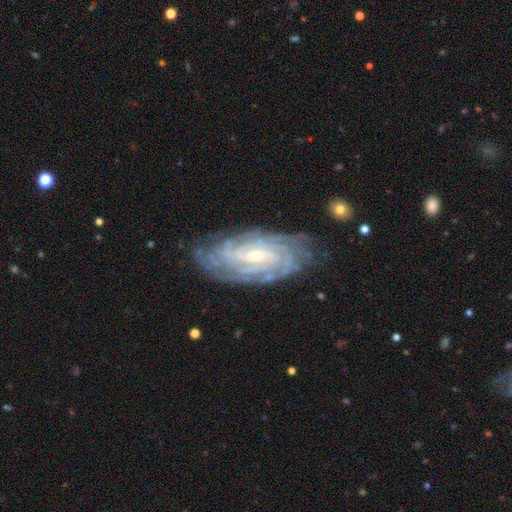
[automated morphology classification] A featured or disk galaxy (90%) with a weak bar (45%), tight (81%) spiral arms (98%) and a small central bulge (55%).

Vote fractions:
- Smooth or featured? featured or disk: 90% / star or artifact: 5% / smooth: 5%
- Edge-on disk? no: 95% / yes: 5%
- Bar? weak: 45% / no: 36% / strong: 19%
- Spiral arms? yes: 98% / no: 2%
- Spiral winding? tight: 81% / medium: 16% / loose: 2%
- Spiral arm count? can't tell: 27% / 4: 26% / more than 4: 17% / 3: 14% / 2: 11% / 1: 7%
- Bulge size? small: 55% / moderate: 40% / large: 2% / none: 2% / dominant: 1%
- Merging? none: 79% / minor disturbance: 15% / major disturbance: 4% / merger: 1%